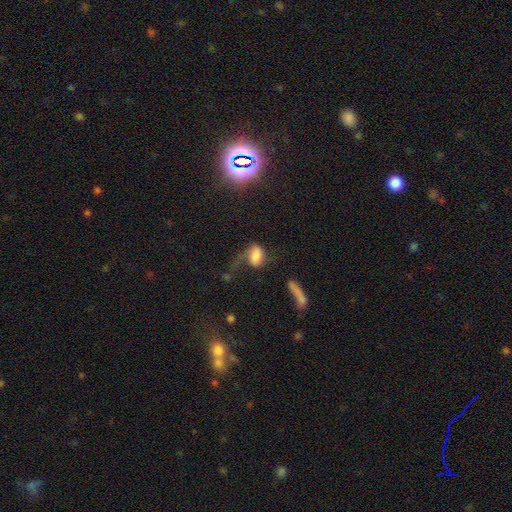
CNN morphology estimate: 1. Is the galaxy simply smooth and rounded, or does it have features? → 61% smooth, 28% featured or disk, 11% star or artifact.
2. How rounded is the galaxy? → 83% in between, 14% round, 3% cigar-shaped.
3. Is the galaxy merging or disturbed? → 42% major disturbance, 30% none, 21% minor disturbance, 8% merger.